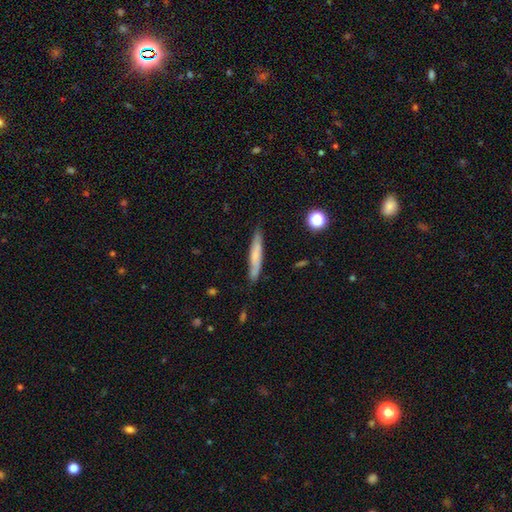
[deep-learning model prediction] Smooth or featured? Predicted: smooth (p=0.63). How rounded? Predicted: cigar-shaped (p=0.92). Merging? Predicted: none (p=0.82).